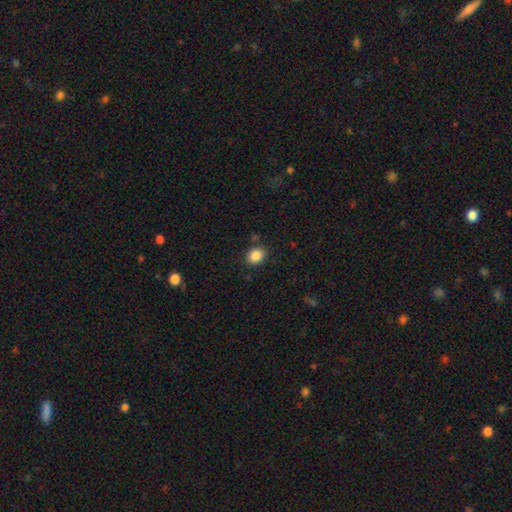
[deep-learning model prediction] This appears to be a smooth galaxy with no disk features (87%) that is round (56%). Merging: none (85%).